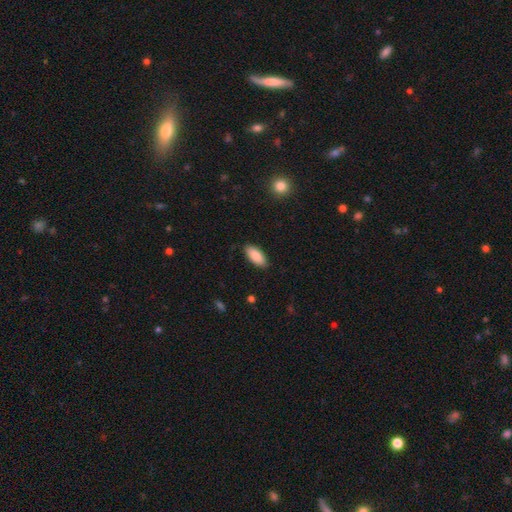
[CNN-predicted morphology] Overall: smooth (89%). How rounded: in between (88%). Merging: none (88%).